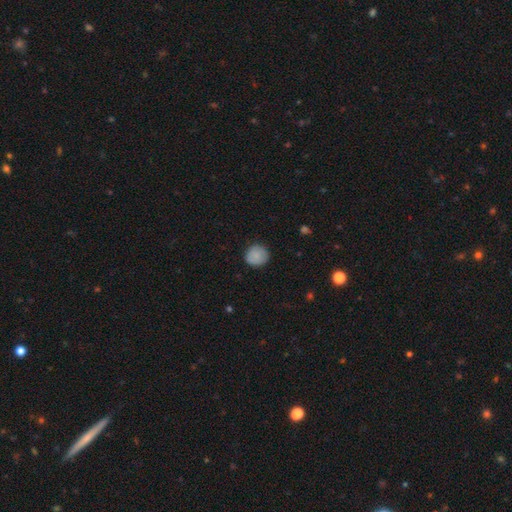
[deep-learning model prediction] smooth_or_featured: smooth (p=0.83) [alt: featured or disk p=0.10]
how_rounded: round (p=0.89) [alt: in between p=0.10]
merging: none (p=0.86) [alt: minor disturbance p=0.11]